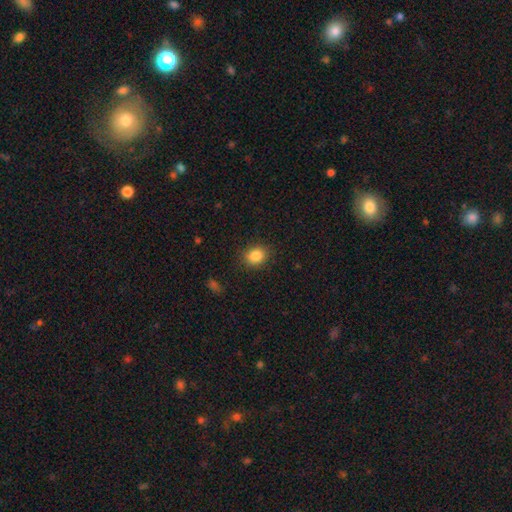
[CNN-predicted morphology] Smooth or featured?
  - smooth: 85% *
  - star or artifact: 9%
  - featured or disk: 5%
How rounded?
  - round: 53% *
  - in between: 46%
  - cigar-shaped: 1%
Merging?
  - none: 86% *
  - minor disturbance: 10%
  - major disturbance: 3%
  - merger: 1%